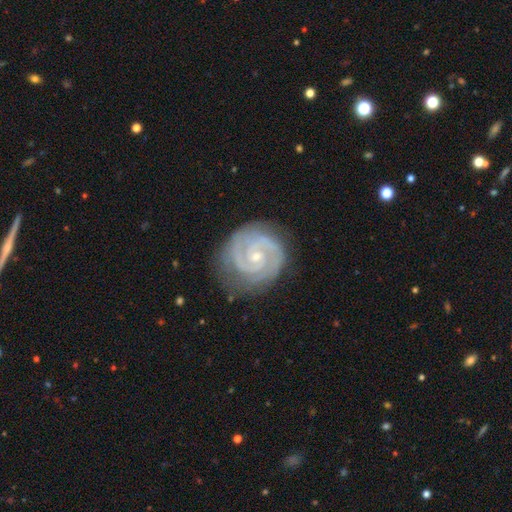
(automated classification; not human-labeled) A featured or disk galaxy (92%) with no bar (58%), 2 (80%) tight (74%) spiral arms (98%) and a small central bulge (66%).

Vote fractions:
- Smooth or featured? featured or disk: 92% / star or artifact: 4% / smooth: 4%
- Edge-on disk? no: 98% / yes: 2%
- Bar? no: 58% / weak: 33% / strong: 9%
- Spiral arms? yes: 98% / no: 2%
- Spiral winding? tight: 74% / medium: 24% / loose: 3%
- Spiral arm count? 2: 80% / 3: 10% / can't tell: 4% / 4: 2% / 1: 2% / more than 4: 2%
- Bulge size? small: 66% / moderate: 30% / none: 2% / large: 1% / dominant: 1%
- Merging? none: 80% / minor disturbance: 15% / major disturbance: 4% / merger: 1%